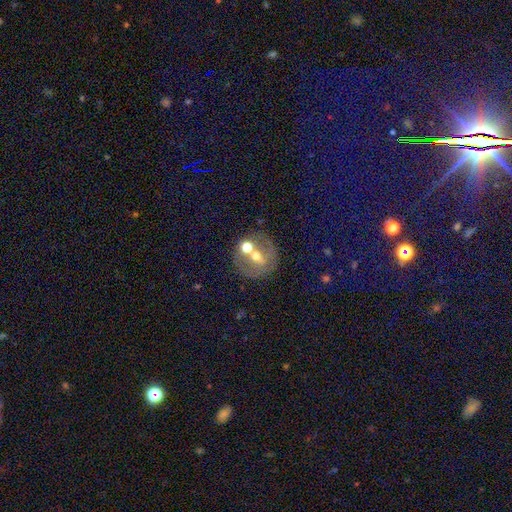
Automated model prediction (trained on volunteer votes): Smooth or featured: featured or disk — 46% (smooth — 40%)
Merging: none — 56% (merger — 26%)